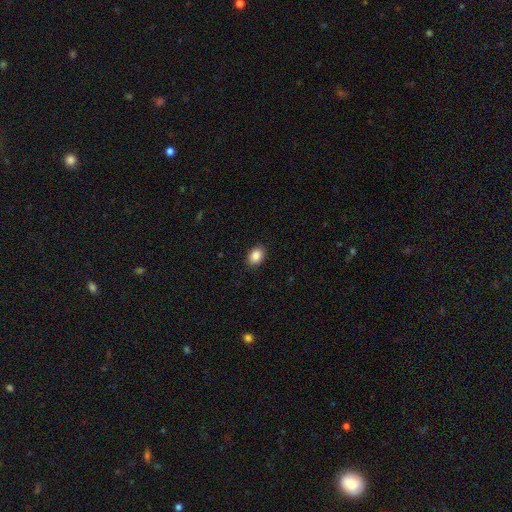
smooth-or-featured: smooth: 89% | featured or disk: 5% | star or artifact: 5%
  how-rounded: in between: 82% | round: 18% | cigar-shaped: 0%
  merging: none: 94% | minor disturbance: 6% | major disturbance: 0% | merger: 0%